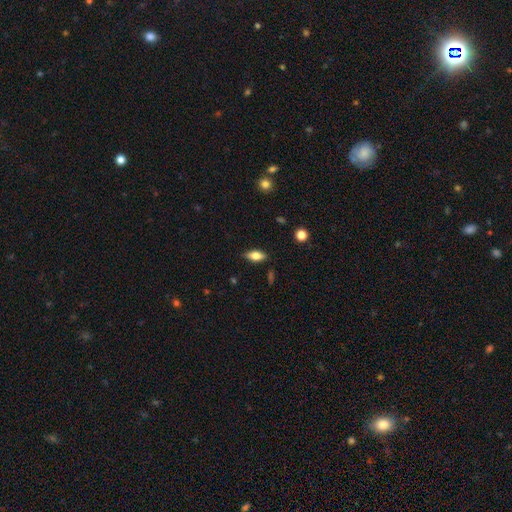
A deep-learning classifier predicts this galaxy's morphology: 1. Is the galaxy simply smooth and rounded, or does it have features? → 73% smooth, 19% featured or disk, 8% star or artifact.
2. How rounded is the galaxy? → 85% in between, 12% cigar-shaped, 4% round.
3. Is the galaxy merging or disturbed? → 84% none, 13% minor disturbance, 2% major disturbance, 1% merger.